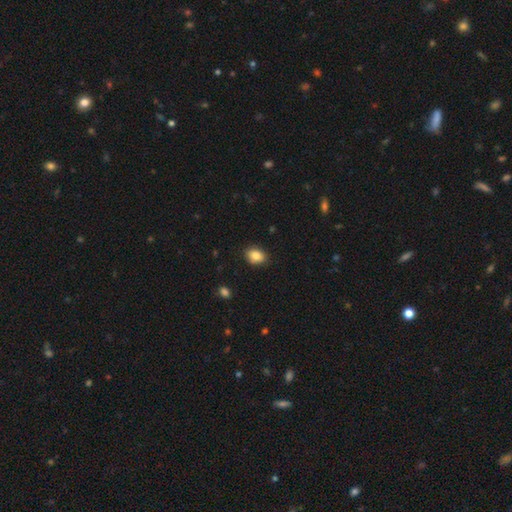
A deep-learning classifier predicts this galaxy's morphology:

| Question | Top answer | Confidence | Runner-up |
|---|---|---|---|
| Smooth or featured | smooth | 86% | star or artifact (8%) |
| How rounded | in between | 72% | round (27%) |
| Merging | none | 87% | minor disturbance (10%) |